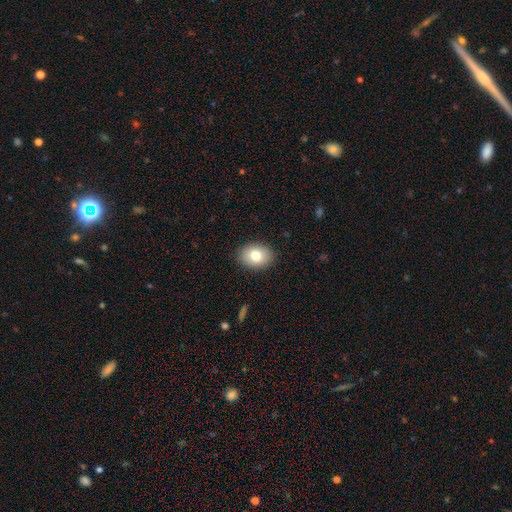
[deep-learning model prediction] The model was most divided on "how rounded": in between: 68%, round: 31%, cigar-shaped: 1%. More confident: merging — none (89%); smooth or featured — smooth (80%).